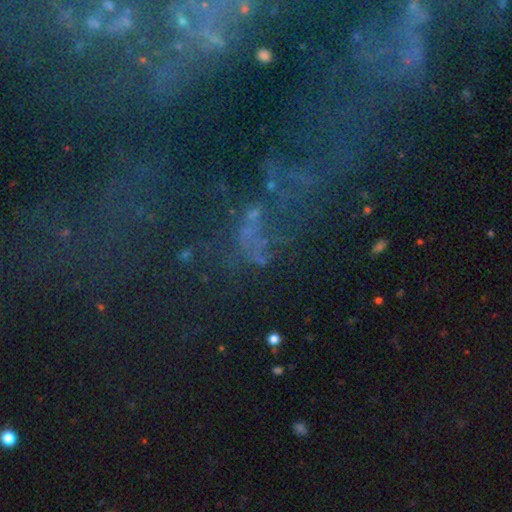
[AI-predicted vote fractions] This appears to be a star or artifact, not a galaxy (47%).